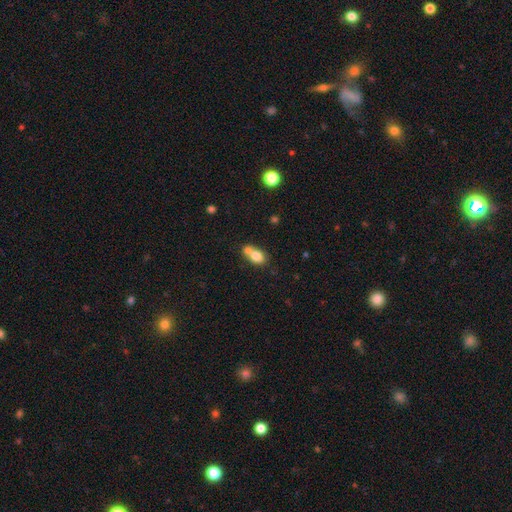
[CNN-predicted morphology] A smooth galaxy with no disk features (76%) that is in between round and cigar-shaped (59%).

Vote fractions:
- Smooth or featured? smooth: 76% / featured or disk: 14% / star or artifact: 10%
- How rounded? in between: 59% / round: 39% / cigar-shaped: 2%
- Merging? merger: 56% / none: 31% / minor disturbance: 9% / major disturbance: 4%